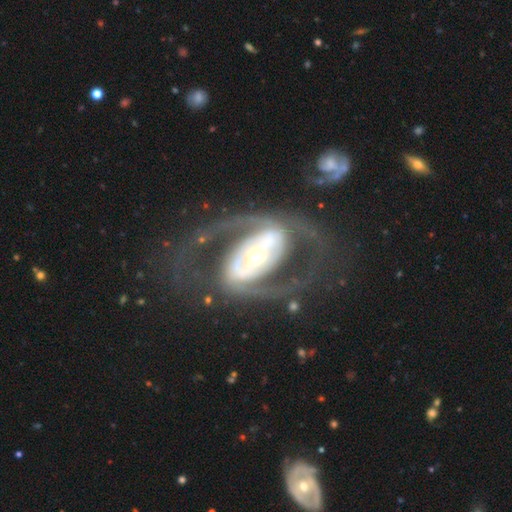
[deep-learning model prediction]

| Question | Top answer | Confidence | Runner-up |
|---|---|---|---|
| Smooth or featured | featured or disk | 89% | smooth (7%) |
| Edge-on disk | no | 96% | yes (4%) |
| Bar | strong | 50% | no (25%) |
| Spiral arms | yes | 91% | no (9%) |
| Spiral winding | medium | 53% | loose (26%) |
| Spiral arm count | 2 | 91% | can't tell (3%) |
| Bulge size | moderate | 63% | large (19%) |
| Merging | none | 66% | major disturbance (18%) |